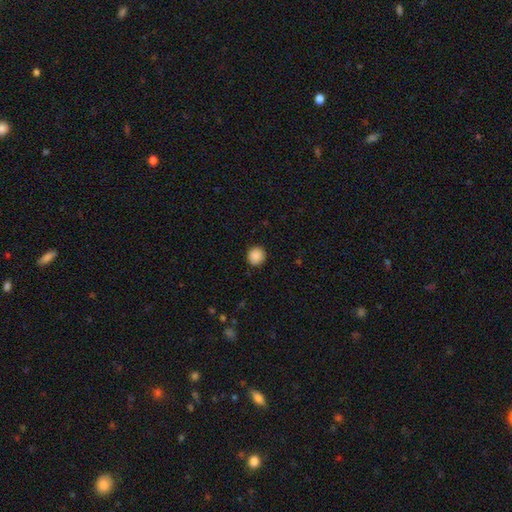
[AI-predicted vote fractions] The model was most divided on "how rounded": round: 89%, in between: 10%, cigar-shaped: 1%. More confident: merging — none (90%); smooth or featured — smooth (89%).